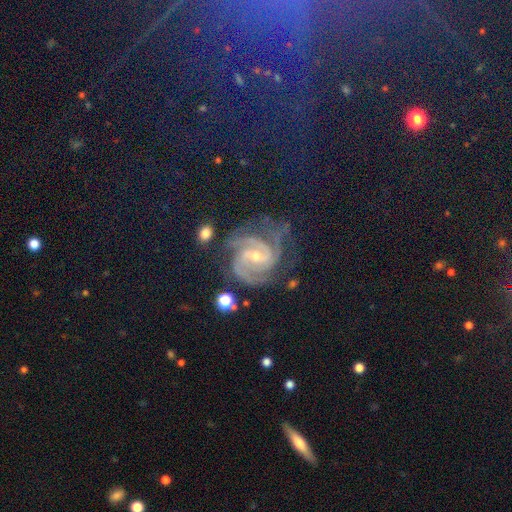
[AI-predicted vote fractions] This appears to be a featured or disk galaxy (91%) with a weak bar (46%), 3 (39%) tight (59%) spiral arms (98%) and a small central bulge (57%). Merging: none (64%).